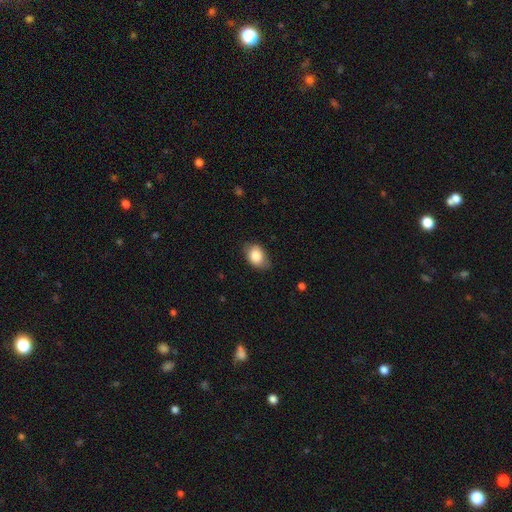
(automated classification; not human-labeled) This is clearly a smooth galaxy (84%). How rounded: likely in between (80%). Merging: likely none (70%).